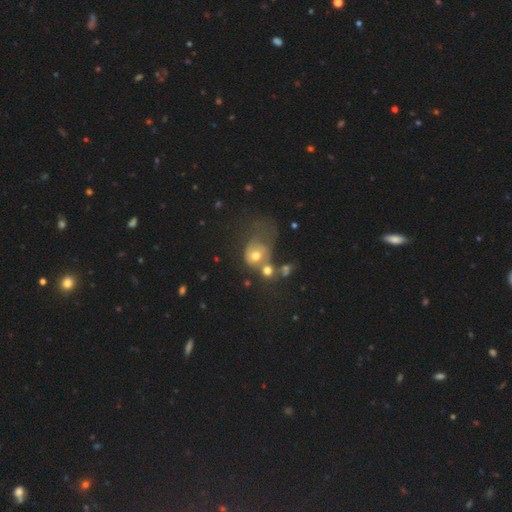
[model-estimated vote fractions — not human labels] This is possibly a smooth galaxy (56%). How rounded: possibly round (55%). Merging: marginally merger (38%).